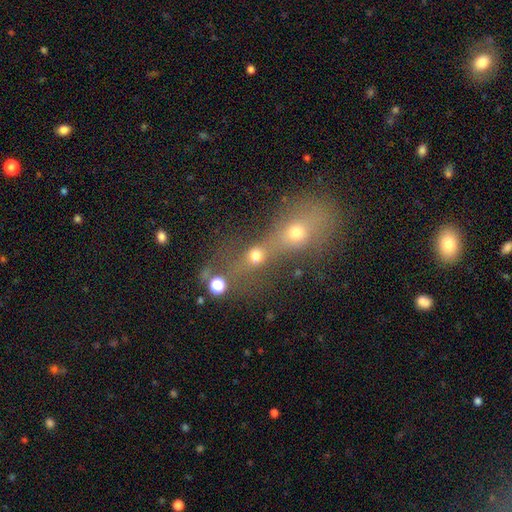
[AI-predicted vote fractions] smooth_or_featured: smooth (p=0.64) [alt: star or artifact p=0.22]
how_rounded: round (p=0.69) [alt: in between p=0.26]
merging: merger (p=0.61) [alt: none p=0.27]